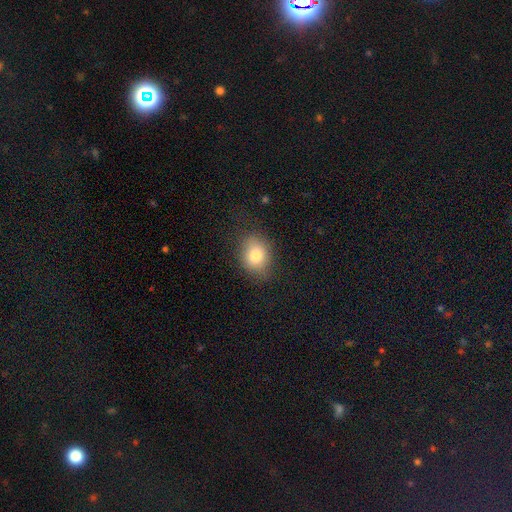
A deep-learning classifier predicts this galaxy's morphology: This is likely a smooth galaxy (80%). How rounded: possibly in between (57%). Merging: likely none (78%).